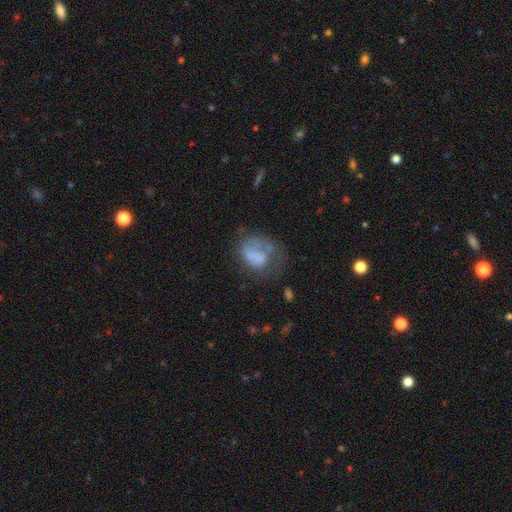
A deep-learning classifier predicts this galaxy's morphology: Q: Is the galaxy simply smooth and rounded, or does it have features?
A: smooth — 52%.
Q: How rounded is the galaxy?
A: in between — 62%.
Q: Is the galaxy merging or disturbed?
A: major disturbance — 43%.